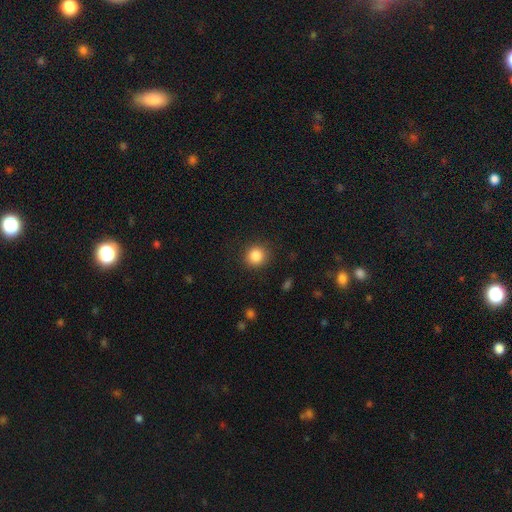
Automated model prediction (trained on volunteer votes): This appears to be a smooth galaxy with no disk features (85%) that is round (88%). Merging: none (89%).